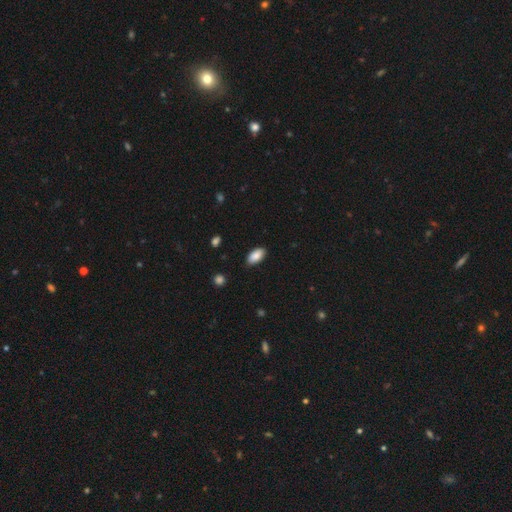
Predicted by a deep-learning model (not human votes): smooth 88%, star or artifact 7%, featured or disk 5%. Down the decision tree: how rounded — in between (94%); merging — none (86%).